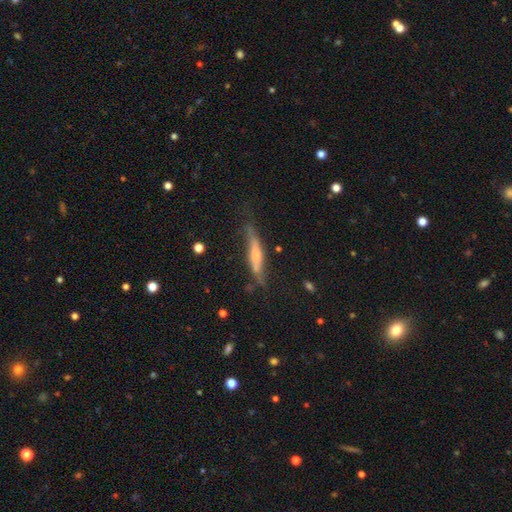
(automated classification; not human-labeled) Smooth or featured? Predicted: featured or disk (p=0.47). Merging? Predicted: none (p=0.55).